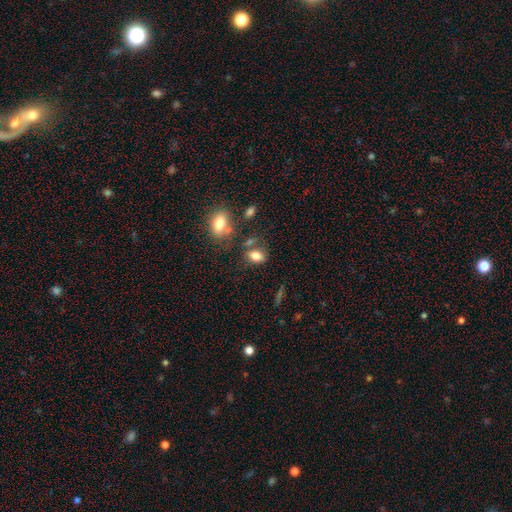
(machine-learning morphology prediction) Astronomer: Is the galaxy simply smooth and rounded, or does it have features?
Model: smooth — 80%.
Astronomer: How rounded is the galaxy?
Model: in between — 85%.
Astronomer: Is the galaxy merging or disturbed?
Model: none — 60%.